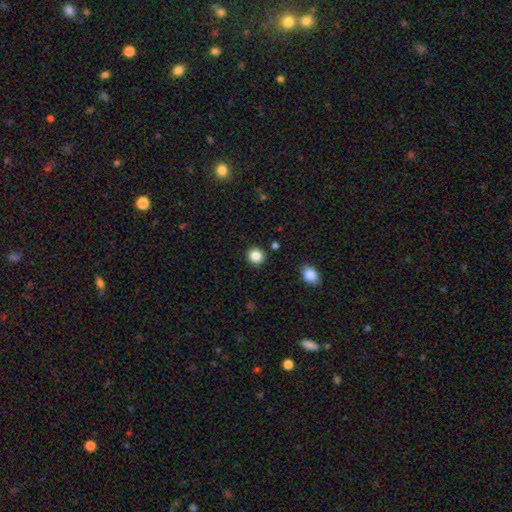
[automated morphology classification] A smooth galaxy with no disk features (86%) that is round (88%).

Vote fractions:
- Smooth or featured? smooth: 86% / star or artifact: 10% / featured or disk: 4%
- How rounded? round: 88% / in between: 11% / cigar-shaped: 1%
- Merging? none: 90% / minor disturbance: 6% / merger: 2% / major disturbance: 2%